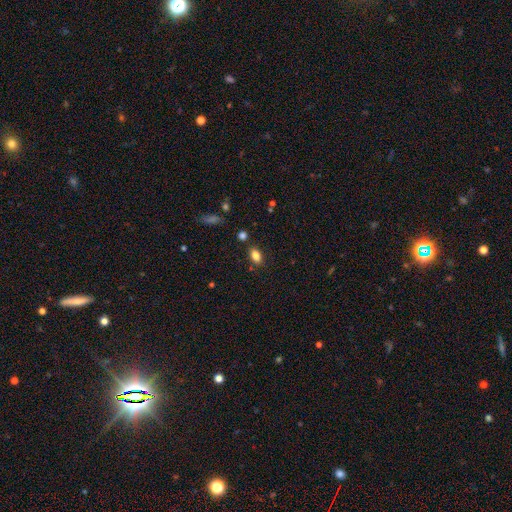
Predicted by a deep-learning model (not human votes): smooth-or-featured: smooth: 83% | star or artifact: 10% | featured or disk: 7%
  how-rounded: in between: 87% | round: 10% | cigar-shaped: 3%
  merging: none: 83% | minor disturbance: 11% | merger: 4% | major disturbance: 3%